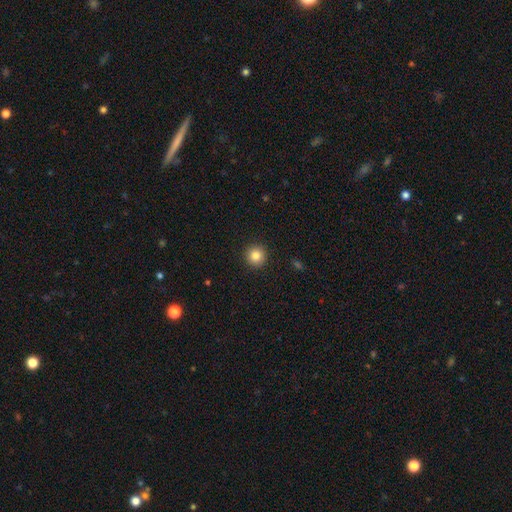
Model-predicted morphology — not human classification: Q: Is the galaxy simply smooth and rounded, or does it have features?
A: smooth — 84%.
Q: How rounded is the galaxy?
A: round — 95%.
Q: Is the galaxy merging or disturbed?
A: none — 93%.